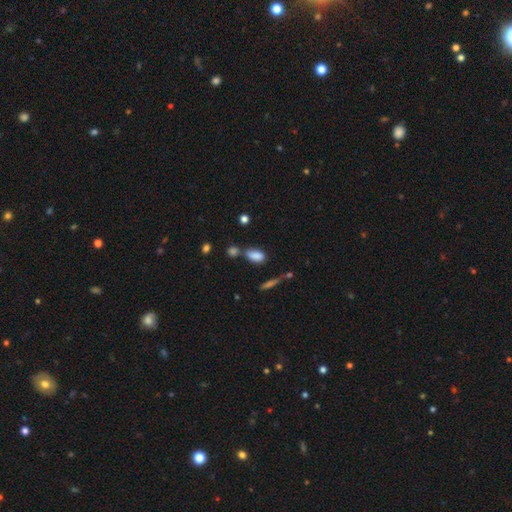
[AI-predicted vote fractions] This is clearly a smooth galaxy (83%). How rounded: clearly in between (86%). Merging: possibly none (58%).